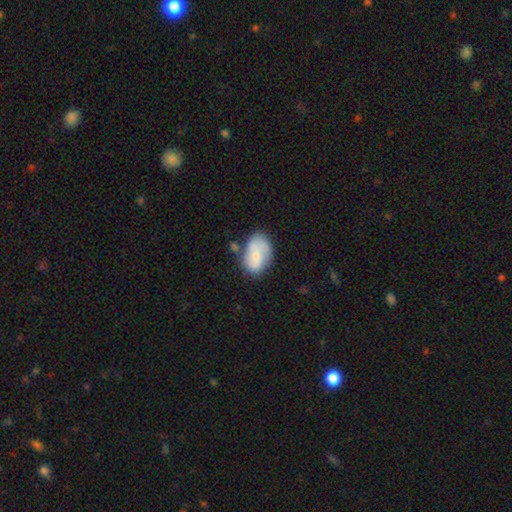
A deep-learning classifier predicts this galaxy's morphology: smooth_or_featured: smooth (p=0.61) [alt: featured or disk p=0.32]
how_rounded: in between (p=0.86) [alt: round p=0.13]
merging: none (p=0.52) [alt: minor disturbance p=0.27]